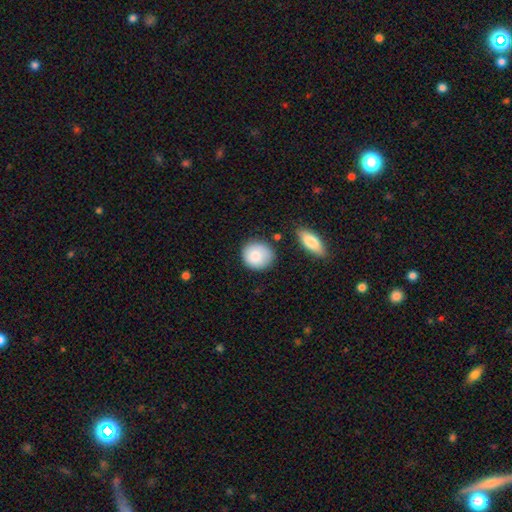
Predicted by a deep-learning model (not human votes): Smooth or featured?
  - smooth: 84% *
  - featured or disk: 10%
  - star or artifact: 7%
How rounded?
  - round: 84% *
  - in between: 15%
  - cigar-shaped: 1%
Merging?
  - none: 77% *
  - minor disturbance: 15%
  - merger: 5%
  - major disturbance: 3%